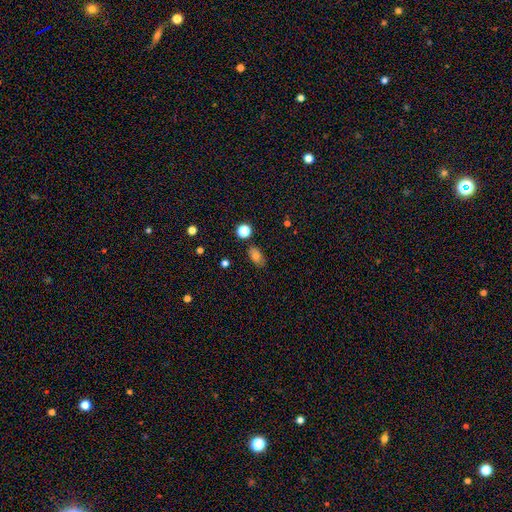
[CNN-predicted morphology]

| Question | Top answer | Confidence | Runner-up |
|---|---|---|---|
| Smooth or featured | smooth | 74% | featured or disk (13%) |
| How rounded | in between | 85% | round (12%) |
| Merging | none | 79% | minor disturbance (15%) |